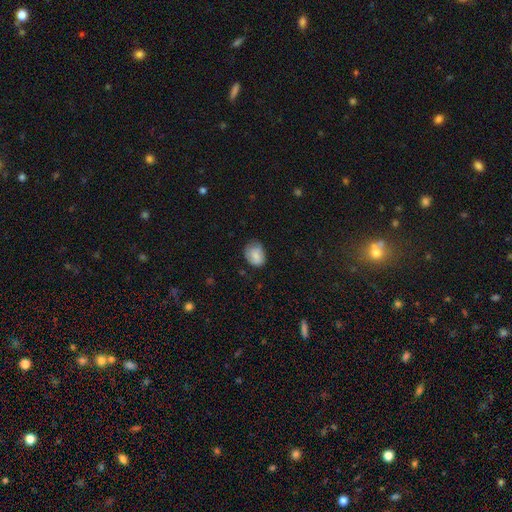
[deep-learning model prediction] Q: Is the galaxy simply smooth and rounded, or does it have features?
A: smooth — 75%.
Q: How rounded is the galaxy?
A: in between — 56%.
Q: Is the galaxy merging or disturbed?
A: none — 60%.